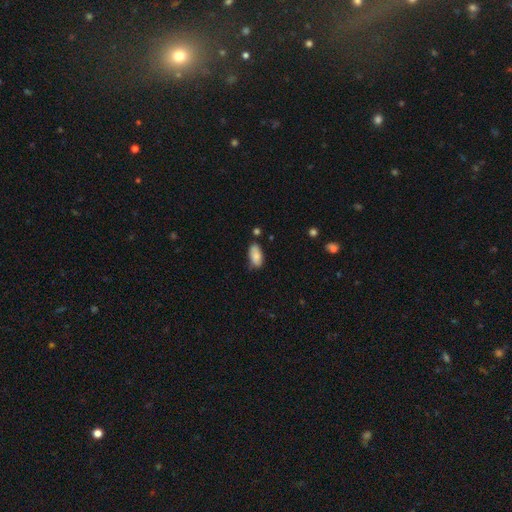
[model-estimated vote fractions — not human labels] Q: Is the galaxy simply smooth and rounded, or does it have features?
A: smooth — 84%.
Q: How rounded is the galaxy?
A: in between — 92%.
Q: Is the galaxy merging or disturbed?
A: none — 64%.